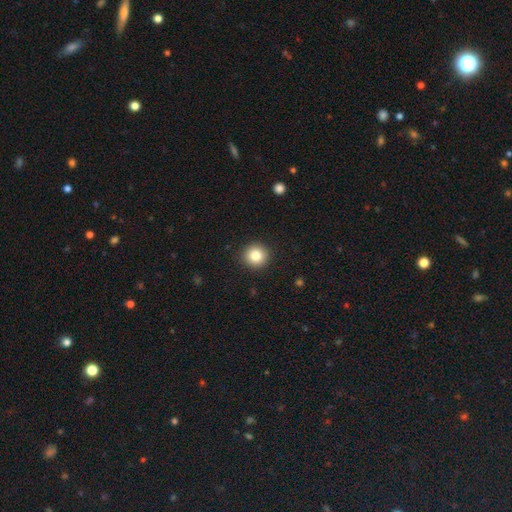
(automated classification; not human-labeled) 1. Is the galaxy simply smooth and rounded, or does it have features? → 84% smooth, 10% star or artifact, 6% featured or disk.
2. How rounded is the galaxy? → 94% round, 5% in between, 1% cigar-shaped.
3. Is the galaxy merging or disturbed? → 92% none, 5% minor disturbance, 2% major disturbance, 1% merger.